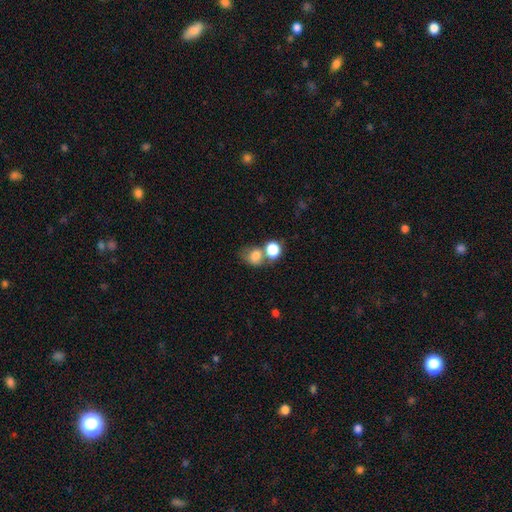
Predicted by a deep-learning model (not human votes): Q: Smooth or featured?
A: smooth (78%); runner-up: star or artifact (12%)
Q: How rounded?
A: round (56%); runner-up: in between (43%)
Q: Merging?
A: merger (43%); runner-up: none (37%)